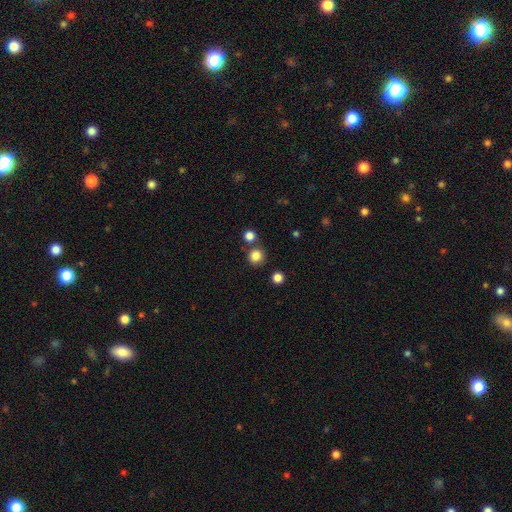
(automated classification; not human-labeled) Smooth or featured: smooth — 84% (star or artifact — 12%)
How rounded: round — 92% (in between — 7%)
Merging: none — 80% (merger — 10%)